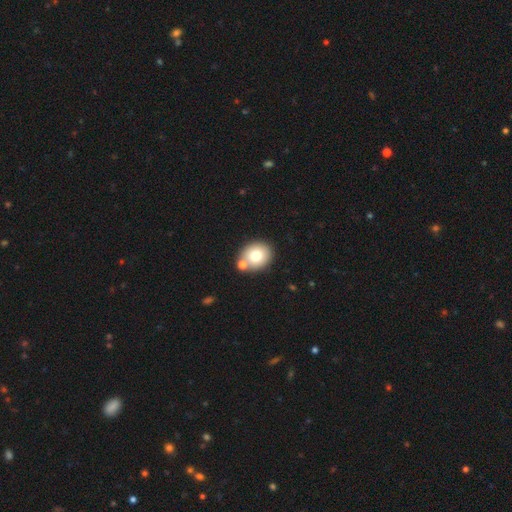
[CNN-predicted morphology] Overall: smooth (74%). How rounded: round (60%; in between 39%). Merging: none (68%).